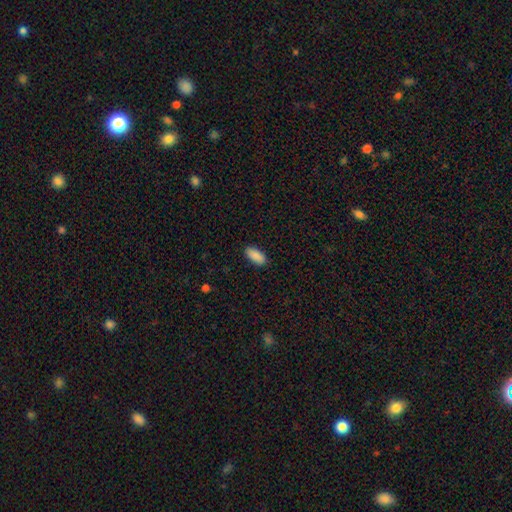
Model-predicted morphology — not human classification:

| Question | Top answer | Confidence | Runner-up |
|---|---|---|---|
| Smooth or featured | smooth | 90% | star or artifact (7%) |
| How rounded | in between | 89% | cigar-shaped (10%) |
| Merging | none | 90% | minor disturbance (7%) |